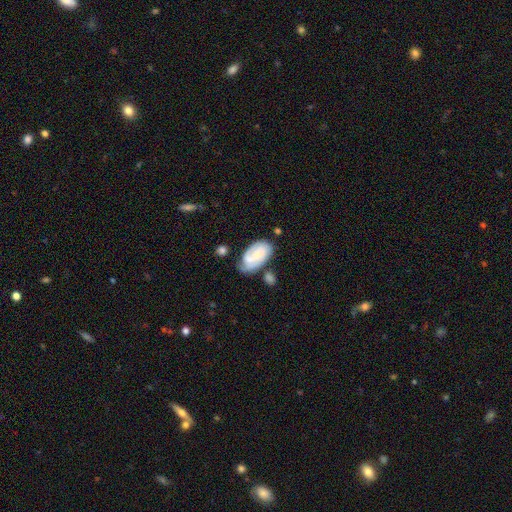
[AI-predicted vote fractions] Smooth or featured? featured or disk (62%)
Edge-on disk? no (96%)
Bar? no (47%)
Spiral arms? yes (89%)
Spiral winding? tight (52%)
Spiral arm count? 2 (53%)
Bulge size? small (61%)
Merging? none (58%)